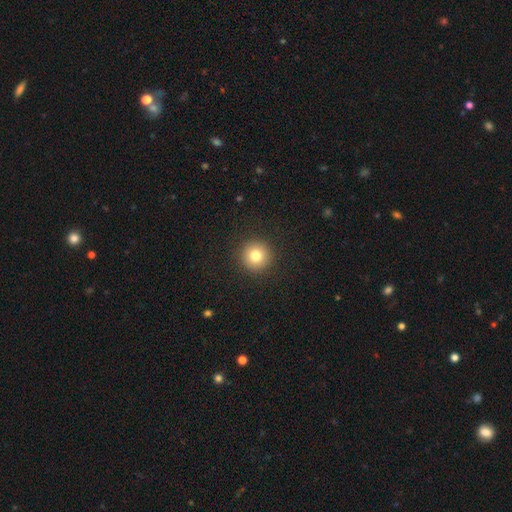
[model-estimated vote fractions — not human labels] Smooth or featured? Predicted: smooth (p=0.80). How rounded? Predicted: round (p=0.96). Merging? Predicted: none (p=0.92).